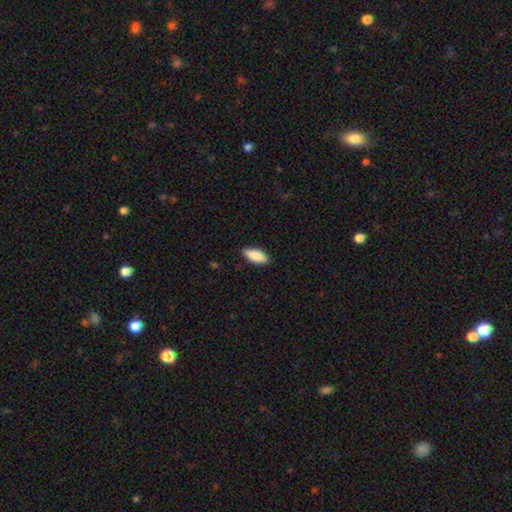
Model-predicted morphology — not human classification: A smooth galaxy with no disk features (88%) that is in between round and cigar-shaped (80%). Merging: none (88%).